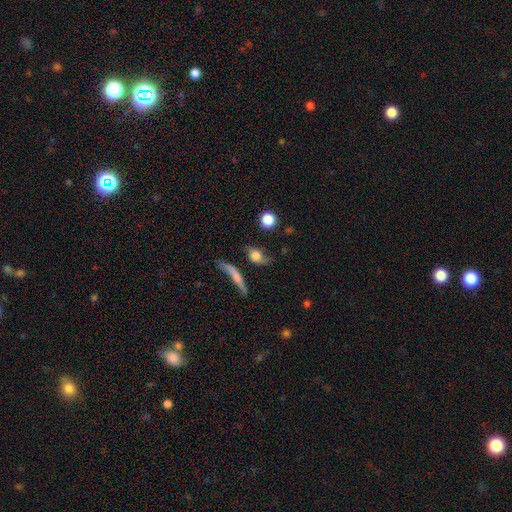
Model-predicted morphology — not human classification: smooth 52%, featured or disk 37%, star or artifact 11%. Down the decision tree: how rounded — in between (45%); merging — none (46%).